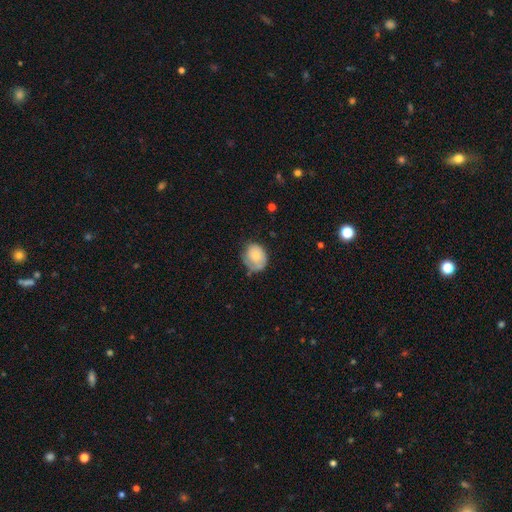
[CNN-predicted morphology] Overall: smooth (71%). How rounded: round (50%; in between 49%). Merging: none (52%; minor disturbance 33%).